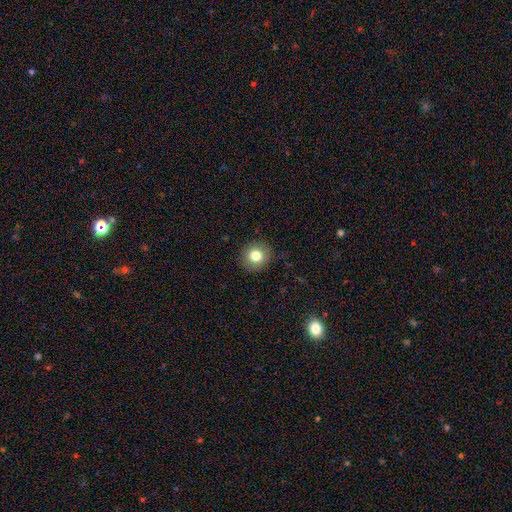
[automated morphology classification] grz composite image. It shows a smooth galaxy with no disk features (80%) that is round (90%). Merging: none (89%).